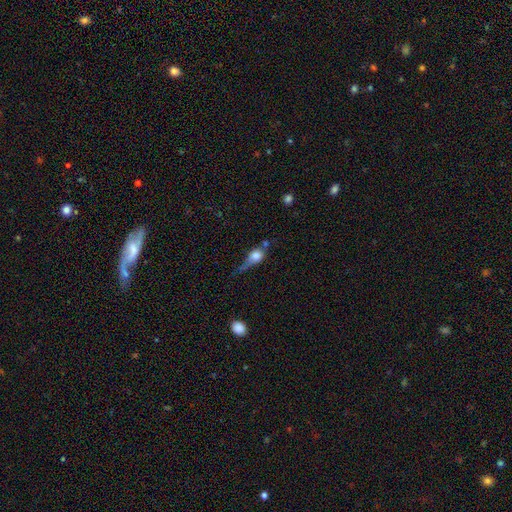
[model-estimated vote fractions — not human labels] Smooth or featured? Predicted: smooth (p=0.62). How rounded? Predicted: in between (p=0.48). Merging? Predicted: none (p=0.29).